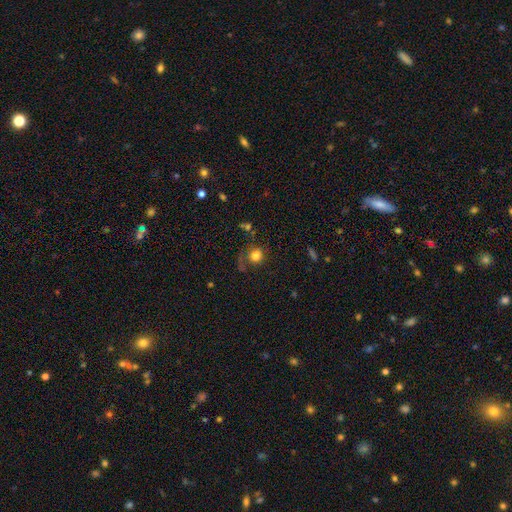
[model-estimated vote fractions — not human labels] A smooth galaxy with no disk features (78%) that is round (84%). Merging: none (59%).